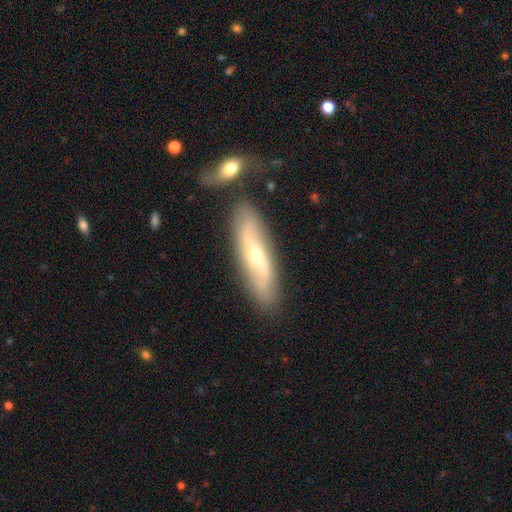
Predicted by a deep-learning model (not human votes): A featured or disk galaxy (67%).

Vote fractions:
- Smooth or featured? featured or disk: 67% / smooth: 26% / star or artifact: 6%
- Edge-on disk? no: 69% / yes: 31%
- Merging? none: 75% / minor disturbance: 13% / merger: 9% / major disturbance: 4%